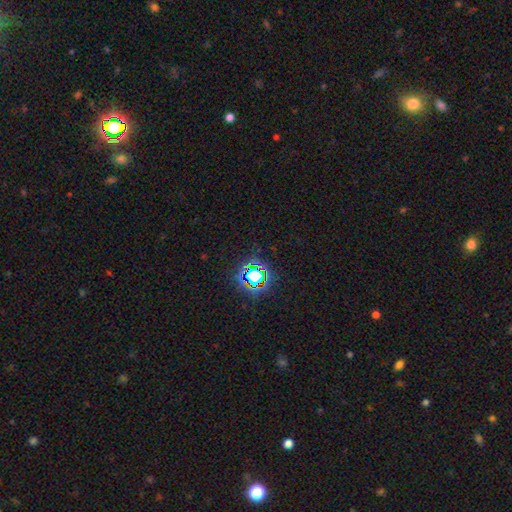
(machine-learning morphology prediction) Smooth or featured?
  - star or artifact: 79% *
  - smooth: 14%
  - featured or disk: 7%